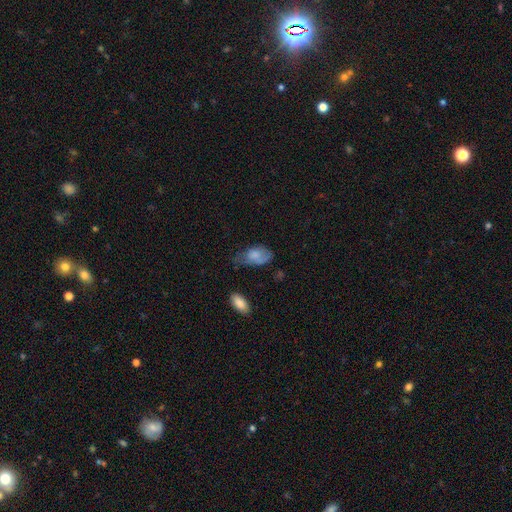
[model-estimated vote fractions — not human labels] This is likely a smooth galaxy (70%). How rounded: clearly in between (91%). Merging: marginally minor disturbance (39%).